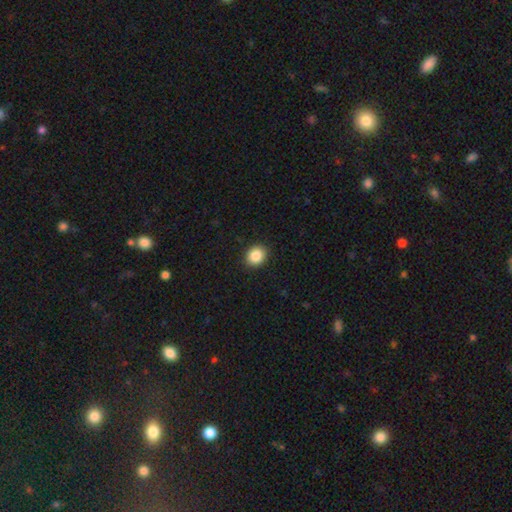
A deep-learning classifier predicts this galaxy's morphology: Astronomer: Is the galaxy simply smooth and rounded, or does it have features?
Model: smooth — 87%.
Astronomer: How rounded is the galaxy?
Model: round — 72%.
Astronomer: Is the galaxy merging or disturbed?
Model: none — 91%.